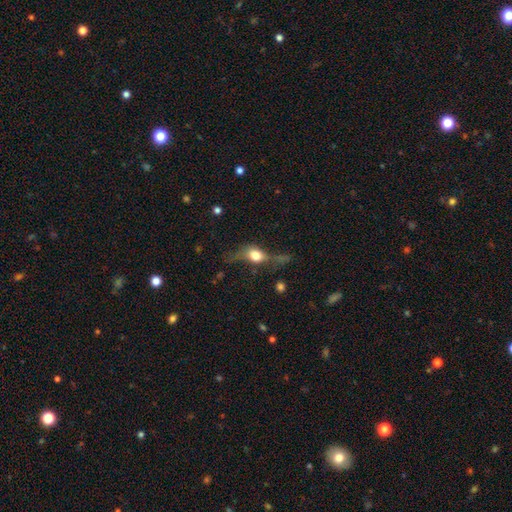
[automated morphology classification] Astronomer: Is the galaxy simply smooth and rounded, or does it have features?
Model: smooth — 47% (runner-up: featured or disk, 44%).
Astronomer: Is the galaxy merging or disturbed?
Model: none — 43% (runner-up: major disturbance, 29%).